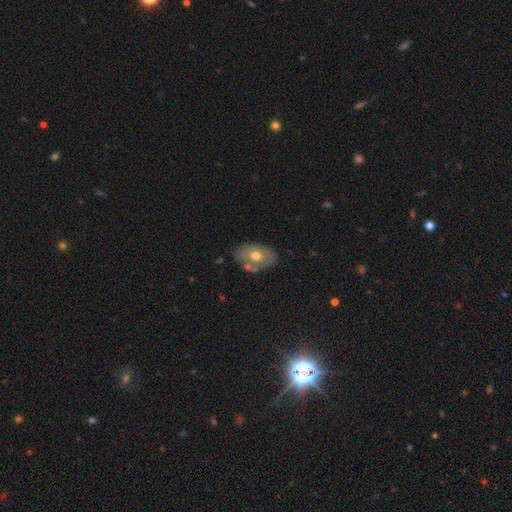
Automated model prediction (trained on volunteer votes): Morphology: type=smooth (47%); merging=none (69%).